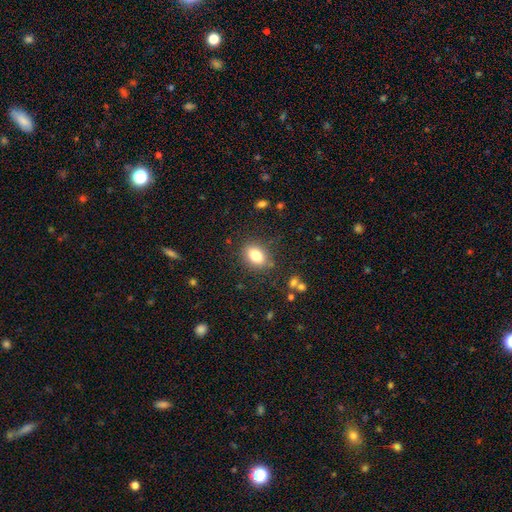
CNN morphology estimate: type=smooth (82%); roundness=in between (79%); merging=none (83%).